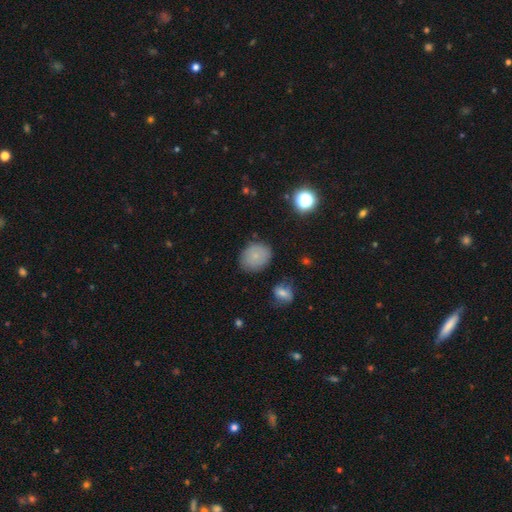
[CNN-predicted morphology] This appears to be a smooth galaxy with no disk features (77%) that is round (55%). Merging: none (78%).